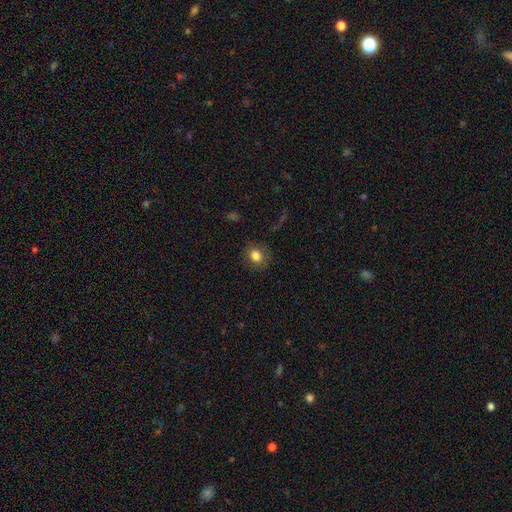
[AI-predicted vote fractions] smooth-or-featured: smooth: 80% | star or artifact: 10% | featured or disk: 9%
  how-rounded: round: 64% | in between: 35% | cigar-shaped: 1%
  merging: none: 82% | minor disturbance: 12% | major disturbance: 4% | merger: 1%